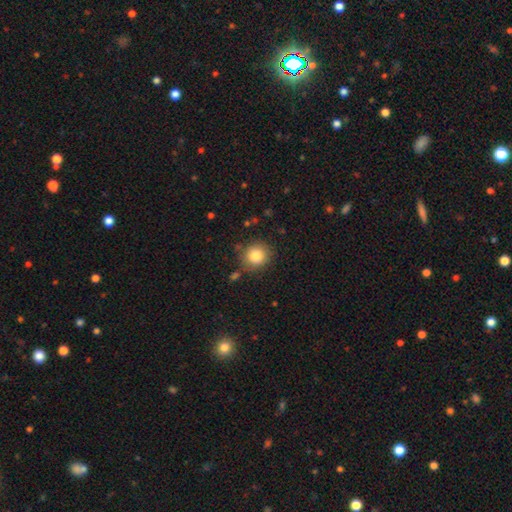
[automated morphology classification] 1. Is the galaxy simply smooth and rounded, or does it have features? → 82% smooth, 11% star or artifact, 8% featured or disk.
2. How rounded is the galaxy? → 89% round, 10% in between, 1% cigar-shaped.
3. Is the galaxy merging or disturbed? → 85% none, 9% minor disturbance, 3% major disturbance, 3% merger.